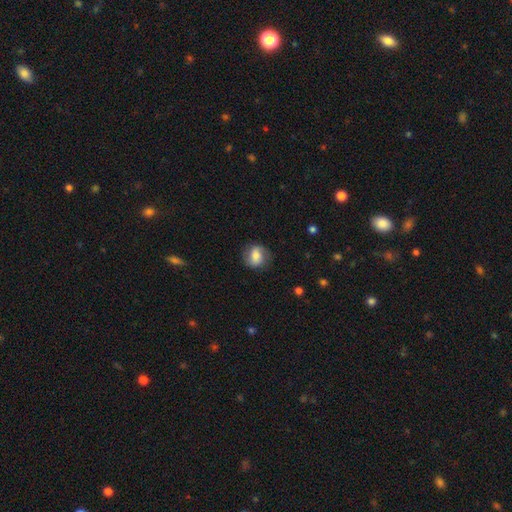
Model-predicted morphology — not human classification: This is likely a smooth galaxy (66%). How rounded: likely round (64%). Merging: likely none (78%).